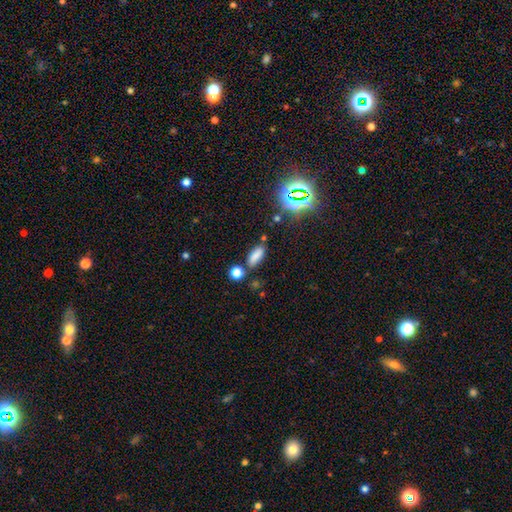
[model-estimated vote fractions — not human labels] Morphology: type=smooth (76%); roundness=in between (69%); merging=none (74%).